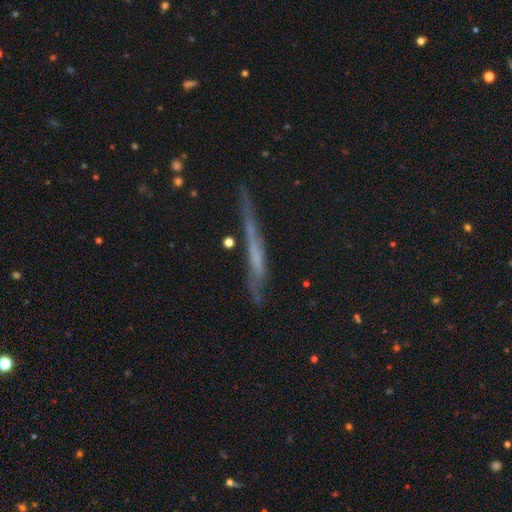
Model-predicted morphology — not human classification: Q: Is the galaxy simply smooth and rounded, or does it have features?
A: featured or disk — 53%.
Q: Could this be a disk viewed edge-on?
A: yes — 87%.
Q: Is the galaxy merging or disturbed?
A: none — 63%.